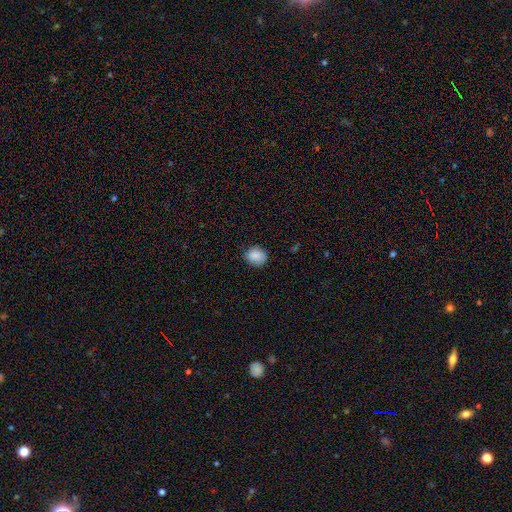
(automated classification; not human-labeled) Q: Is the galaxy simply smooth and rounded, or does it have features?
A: smooth — 88%.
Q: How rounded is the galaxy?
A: round — 68%.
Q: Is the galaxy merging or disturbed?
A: none — 82%.